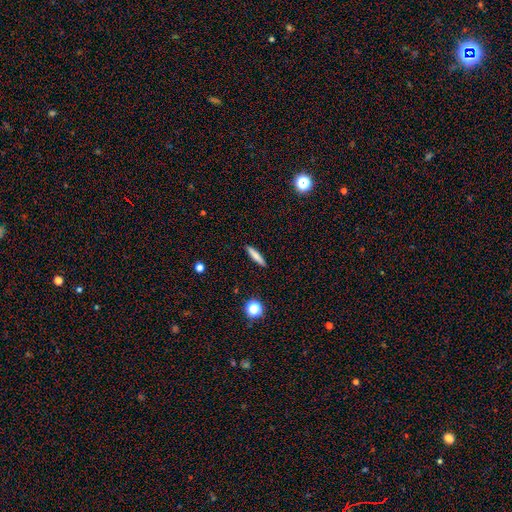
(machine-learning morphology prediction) This appears to be a smooth galaxy with no disk features (77%) that is cigar-shaped (88%). Merging: none (91%).